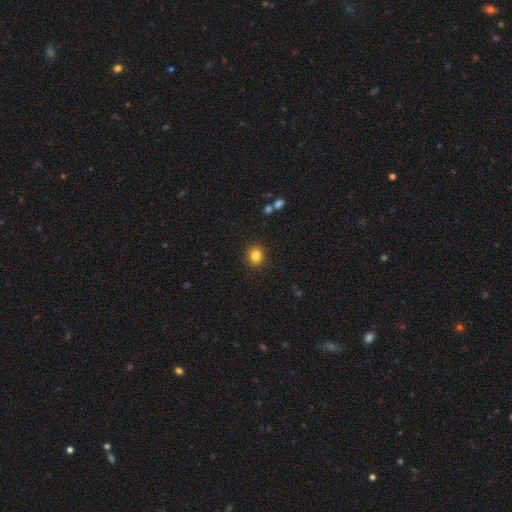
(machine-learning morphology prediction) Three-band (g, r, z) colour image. It shows a smooth galaxy with no disk features (83%) that is round (76%). Merging: none (91%).